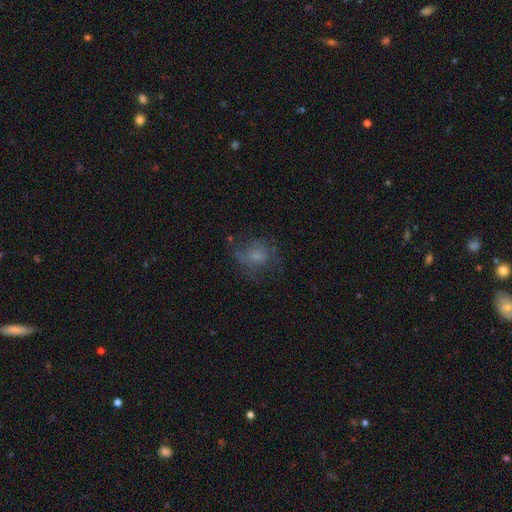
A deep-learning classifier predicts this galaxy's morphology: Smooth or featured?
  - smooth: 46% *
  - featured or disk: 38%
  - star or artifact: 16%
Merging?
  - none: 53% *
  - major disturbance: 23%
  - minor disturbance: 22%
  - merger: 2%